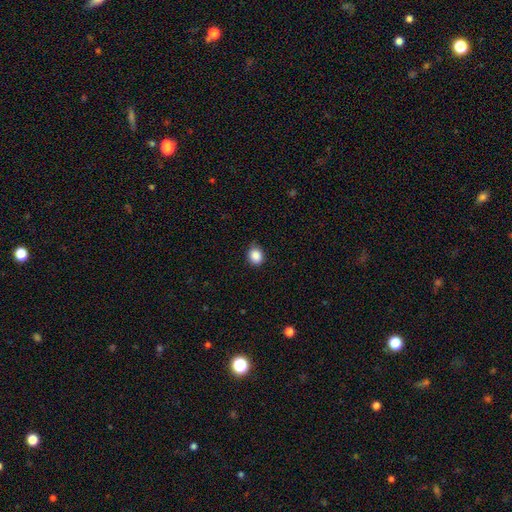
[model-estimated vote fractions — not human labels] Q: Smooth or featured?
A: smooth (88%); runner-up: star or artifact (9%)
Q: How rounded?
A: round (71%); runner-up: in between (29%)
Q: Merging?
A: none (78%); runner-up: minor disturbance (18%)